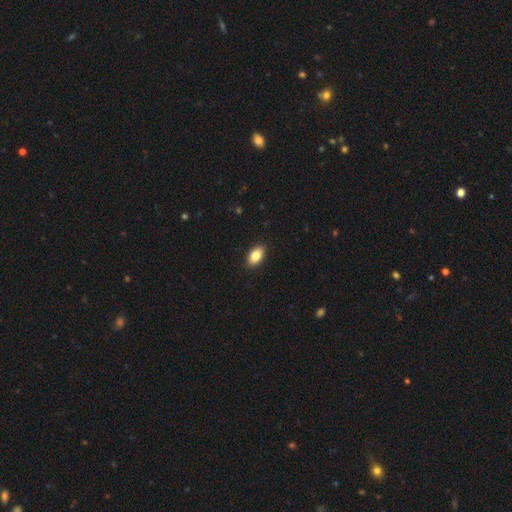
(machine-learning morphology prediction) A smooth galaxy with no disk features (83%) that is in between round and cigar-shaped (92%).

Vote fractions:
- Smooth or featured? smooth: 83% / featured or disk: 9% / star or artifact: 7%
- How rounded? in between: 92% / round: 6% / cigar-shaped: 2%
- Merging? none: 90% / minor disturbance: 7% / major disturbance: 2% / merger: 1%